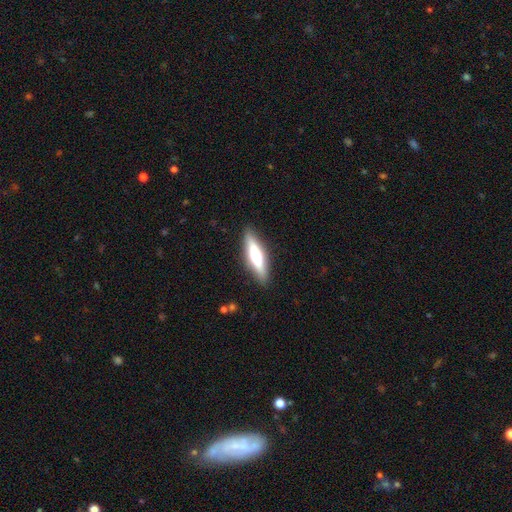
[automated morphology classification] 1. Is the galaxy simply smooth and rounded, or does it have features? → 50% smooth, 44% featured or disk, 5% star or artifact.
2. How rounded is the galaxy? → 74% cigar-shaped, 24% in between, 2% round.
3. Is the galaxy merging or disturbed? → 89% none, 8% minor disturbance, 2% major disturbance, 1% merger.